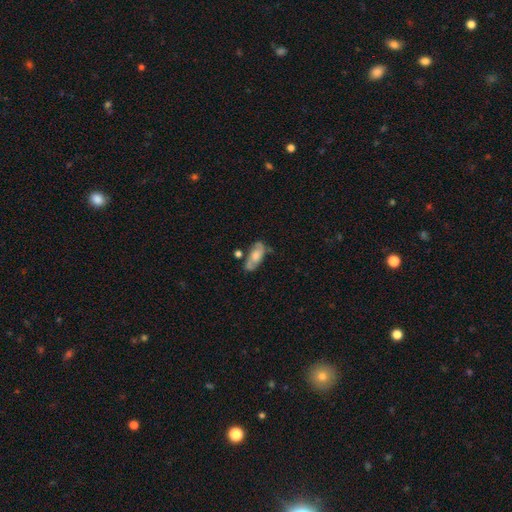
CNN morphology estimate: A smooth galaxy with no disk features (47%).

Vote fractions:
- Smooth or featured? smooth: 47% / featured or disk: 46% / star or artifact: 7%
- Merging? none: 57% / minor disturbance: 24% / merger: 10% / major disturbance: 9%